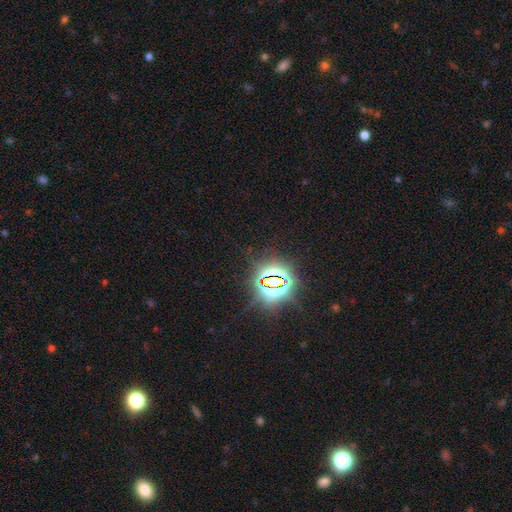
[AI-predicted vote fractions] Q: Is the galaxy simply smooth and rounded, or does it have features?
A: star or artifact — 82%.